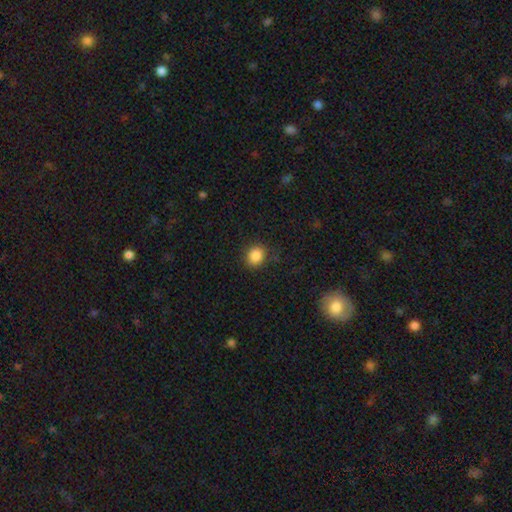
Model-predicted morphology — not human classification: Overall: smooth (86%). How rounded: round (70%). Merging: none (86%).